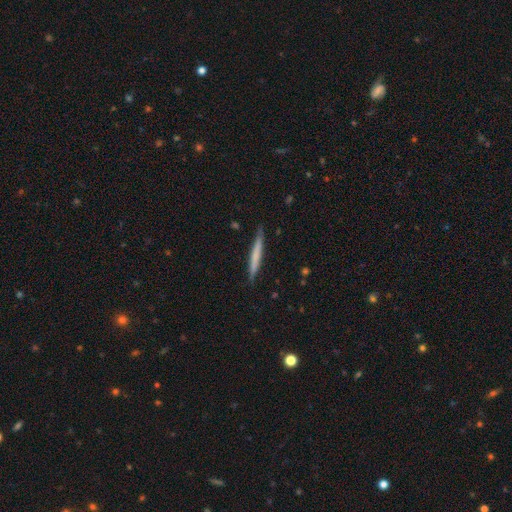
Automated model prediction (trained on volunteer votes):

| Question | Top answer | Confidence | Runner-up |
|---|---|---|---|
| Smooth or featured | smooth | 59% | featured or disk (36%) |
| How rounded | cigar-shaped | 96% | in between (2%) |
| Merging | none | 87% | minor disturbance (10%) |